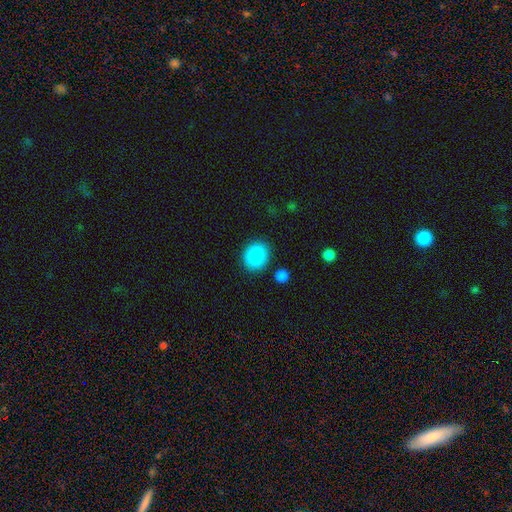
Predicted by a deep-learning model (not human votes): smooth 89%, star or artifact 8%, featured or disk 3%. Down the decision tree: how rounded — round (66%); merging — none (86%).